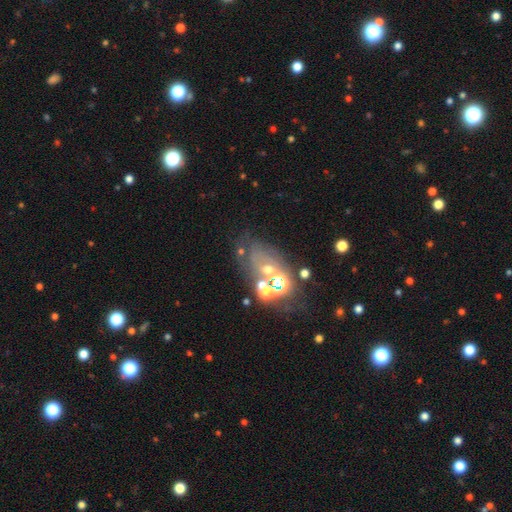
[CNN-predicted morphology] Smooth or featured: star or artifact — 38% (featured or disk — 36%)